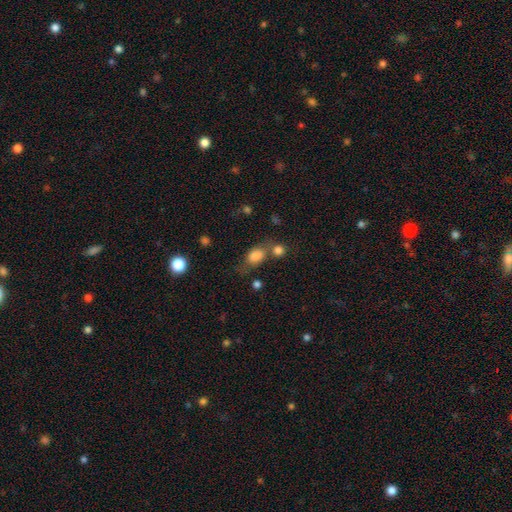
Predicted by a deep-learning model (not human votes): smooth_or_featured: smooth (p=0.79) [alt: featured or disk p=0.11]
how_rounded: in between (p=0.77) [alt: round p=0.20]
merging: none (p=0.41) [alt: merger p=0.30]